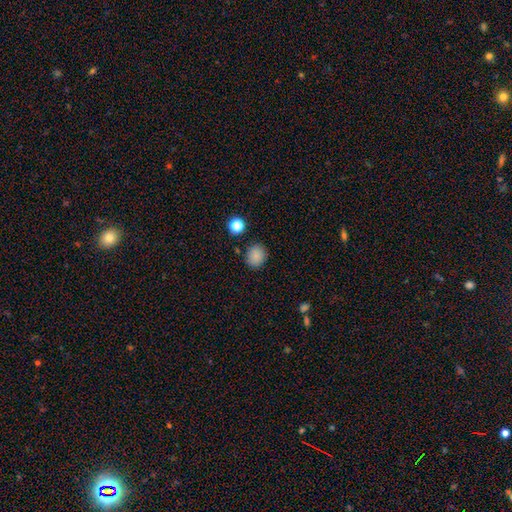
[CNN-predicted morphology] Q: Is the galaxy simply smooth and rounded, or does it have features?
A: smooth — 85%.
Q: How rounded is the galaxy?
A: round — 74%.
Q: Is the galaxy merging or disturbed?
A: none — 87%.